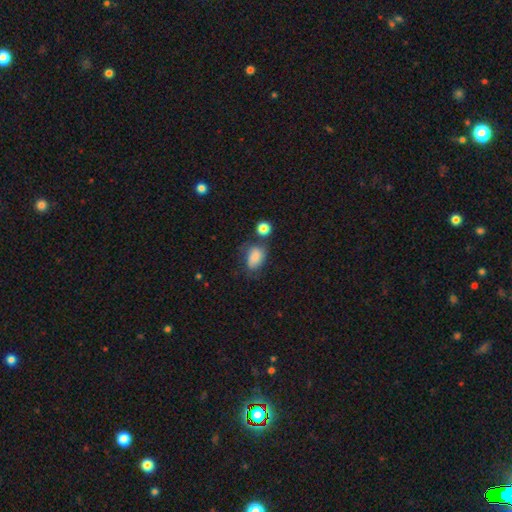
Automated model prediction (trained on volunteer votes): Smooth or featured?
  - smooth: 79% *
  - featured or disk: 12%
  - star or artifact: 9%
How rounded?
  - in between: 81% *
  - round: 18%
  - cigar-shaped: 2%
Merging?
  - none: 45% *
  - minor disturbance: 28%
  - major disturbance: 14%
  - merger: 12%